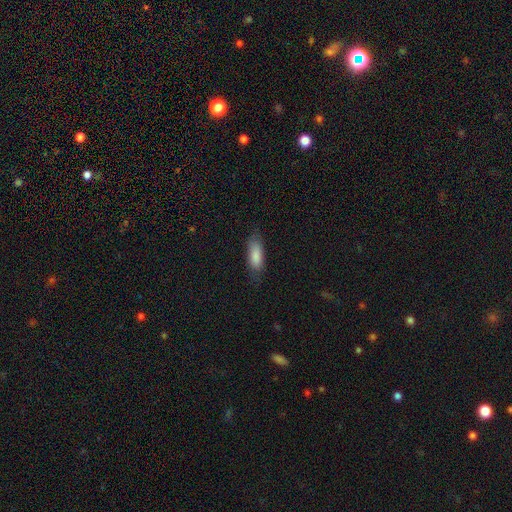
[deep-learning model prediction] Smooth or featured: smooth — 84% (featured or disk — 9%)
How rounded: in between — 70% (cigar-shaped — 29%)
Merging: none — 75% (minor disturbance — 18%)